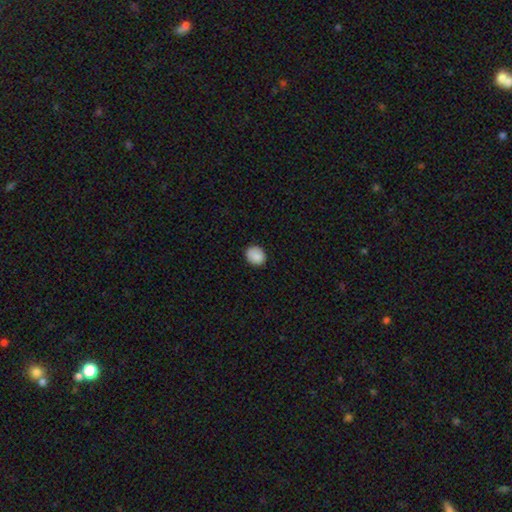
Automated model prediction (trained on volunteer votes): Overall: smooth (88%). How rounded: round (68%; in between 31%). Merging: none (85%).